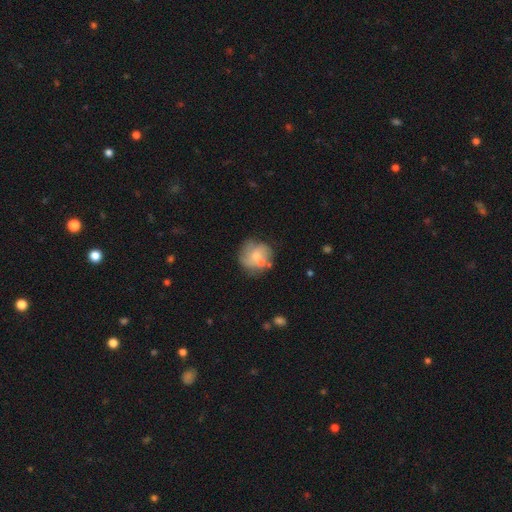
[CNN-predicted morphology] smooth_or_featured: featured or disk (p=0.51) [alt: smooth p=0.41]
disk_edge_on: no (p=0.98) [alt: yes p=0.02]
merging: none (p=0.55) [alt: minor disturbance p=0.20]